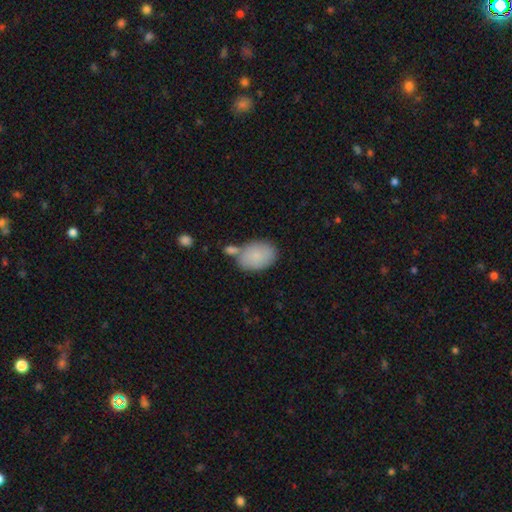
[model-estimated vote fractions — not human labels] Q: Smooth or featured?
A: smooth (85%); runner-up: featured or disk (9%)
Q: How rounded?
A: in between (84%); runner-up: round (15%)
Q: Merging?
A: none (59%); runner-up: merger (19%)